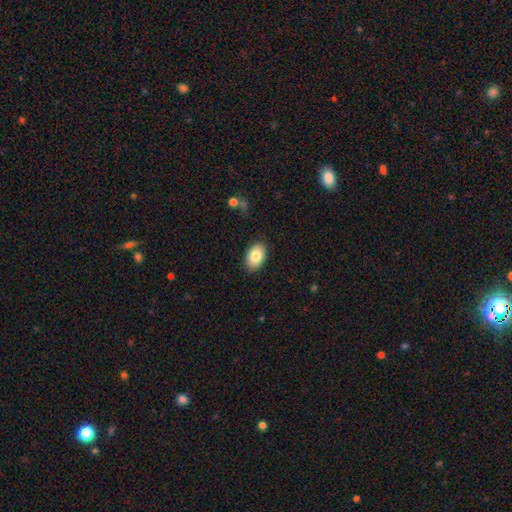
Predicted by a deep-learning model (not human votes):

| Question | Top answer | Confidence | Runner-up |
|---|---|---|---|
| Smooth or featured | smooth | 84% | featured or disk (9%) |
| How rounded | in between | 91% | round (8%) |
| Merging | none | 87% | minor disturbance (9%) |